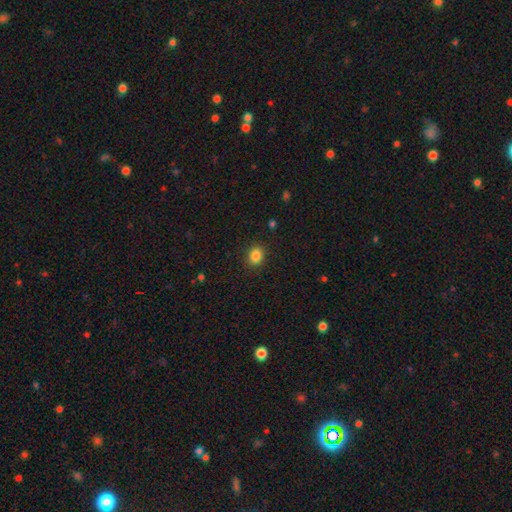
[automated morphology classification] Smooth or featured: smooth — 85% (star or artifact — 11%)
How rounded: round — 51% (in between — 48%)
Merging: none — 89% (minor disturbance — 8%)